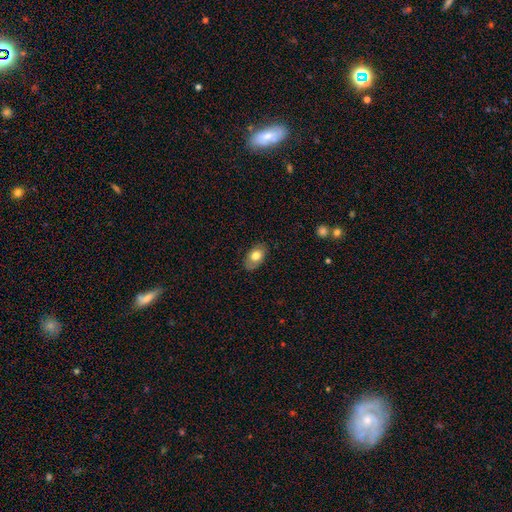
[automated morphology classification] The model was most divided on "smooth or featured": smooth: 73%, featured or disk: 20%, star or artifact: 7%. More confident: how rounded — in between (89%); merging — none (81%).